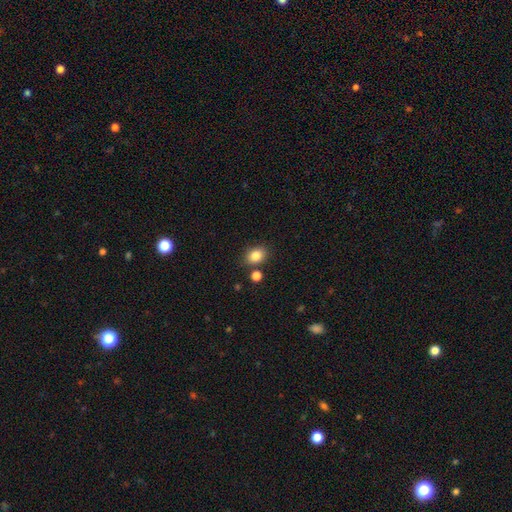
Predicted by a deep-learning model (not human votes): Morphology: type=smooth (84%); roundness=in between (56%); merging=none (78%).